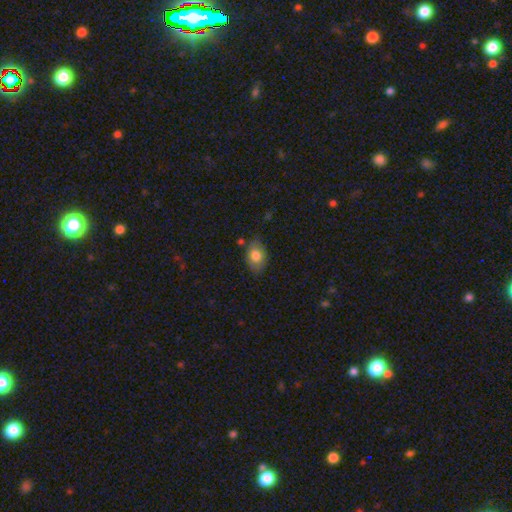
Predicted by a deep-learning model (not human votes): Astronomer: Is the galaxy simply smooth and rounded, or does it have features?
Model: smooth — 78%.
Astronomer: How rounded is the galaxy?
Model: in between — 82%.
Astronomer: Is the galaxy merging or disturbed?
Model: none — 71%.